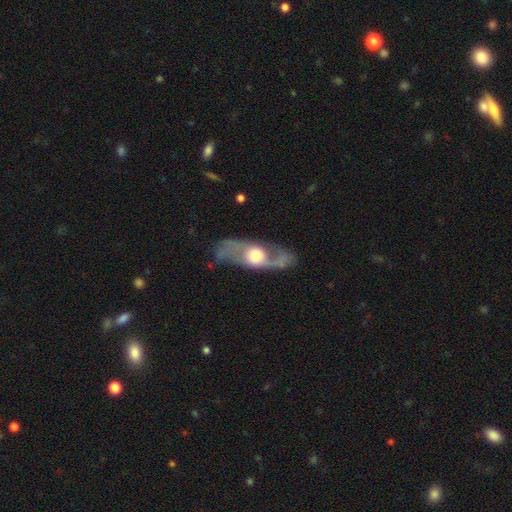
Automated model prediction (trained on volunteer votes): featured or disk 76%, smooth 19%, star or artifact 5%. Down the decision tree: edge-on disk — no (80%); bar — no (70%); spiral arms — yes (77%); bulge size — moderate (51%); merging — none (67%).